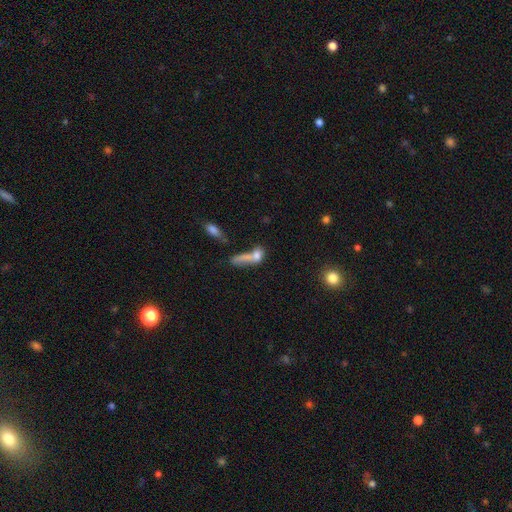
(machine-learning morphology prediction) Smooth or featured? smooth (53%)
How rounded? cigar-shaped (38%)
Merging? merger (37%)